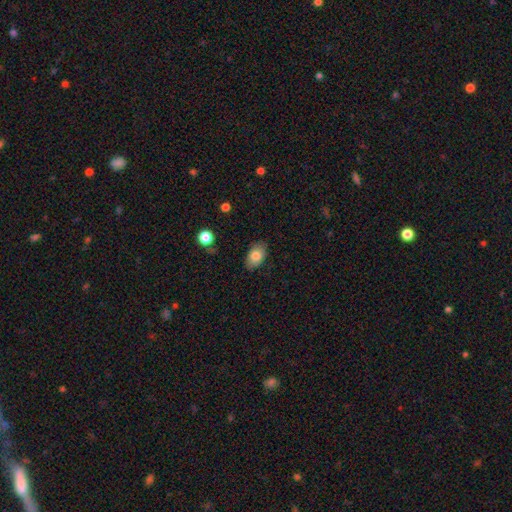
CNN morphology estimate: This is clearly a smooth galaxy (81%). How rounded: clearly in between (90%). Merging: clearly none (82%).